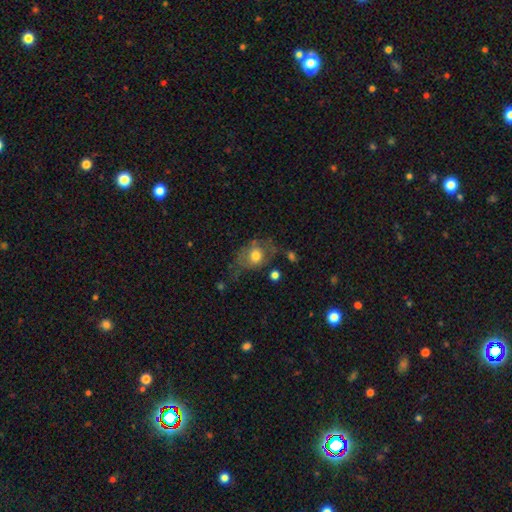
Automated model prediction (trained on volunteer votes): Smooth or featured?
  - smooth: 63% *
  - featured or disk: 29%
  - star or artifact: 9%
How rounded?
  - in between: 55% *
  - round: 44%
  - cigar-shaped: 1%
Merging?
  - none: 40% *
  - minor disturbance: 29%
  - major disturbance: 26%
  - merger: 5%